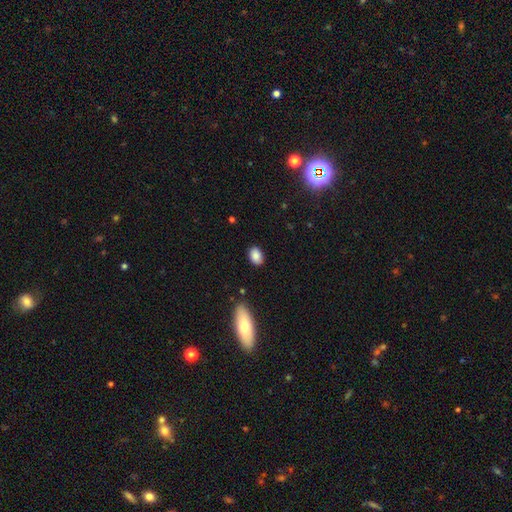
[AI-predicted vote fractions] This appears to be a smooth galaxy with no disk features (87%) that is in between round and cigar-shaped (80%). Merging: none (86%).